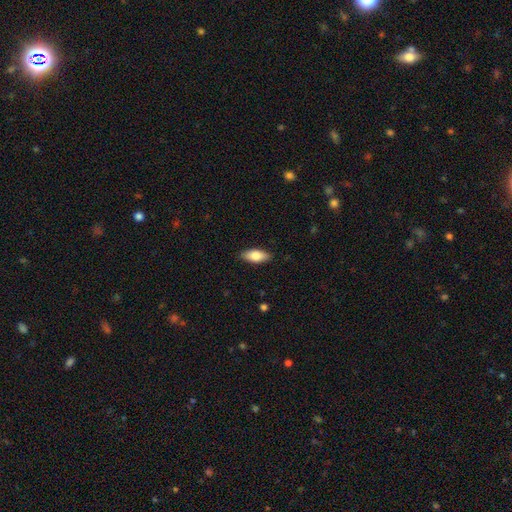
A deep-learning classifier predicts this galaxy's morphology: Overall: smooth (81%). How rounded: in between (86%). Merging: none (88%).